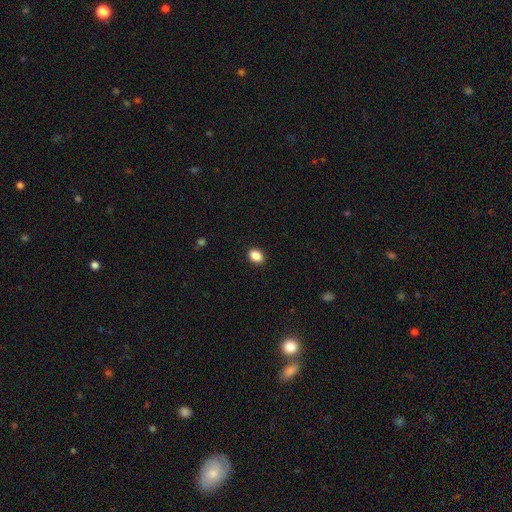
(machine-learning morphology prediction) Smooth or featured: smooth — 88% (star or artifact — 9%)
How rounded: in between — 68% (round — 31%)
Merging: none — 91% (minor disturbance — 7%)